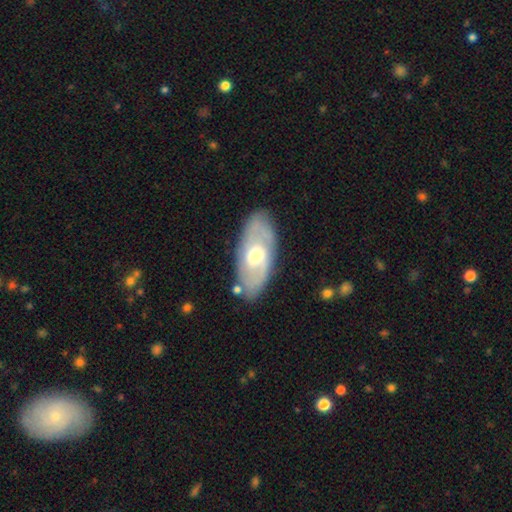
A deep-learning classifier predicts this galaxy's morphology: Q: Smooth or featured?
A: featured or disk (65%); runner-up: smooth (30%)
Q: Edge-on disk?
A: no (86%); runner-up: yes (14%)
Q: Bar?
A: no (59%); runner-up: weak (34%)
Q: Spiral arms?
A: yes (67%); runner-up: no (33%)
Q: Bulge size?
A: moderate (72%); runner-up: large (15%)
Q: Merging?
A: none (81%); runner-up: minor disturbance (13%)